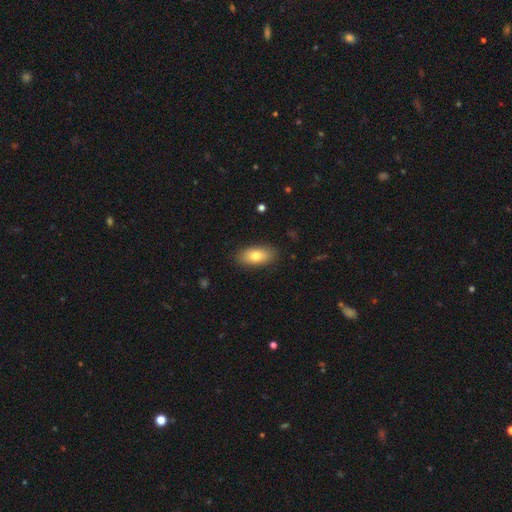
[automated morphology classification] Smooth or featured? smooth (77%)
How rounded? in between (89%)
Merging? none (87%)